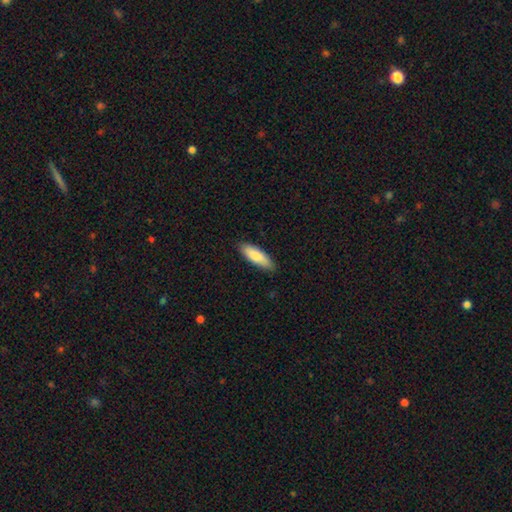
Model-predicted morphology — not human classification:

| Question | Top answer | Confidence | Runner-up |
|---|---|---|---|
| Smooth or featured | smooth | 83% | featured or disk (12%) |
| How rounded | in between | 53% | cigar-shaped (45%) |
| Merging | none | 85% | minor disturbance (12%) |